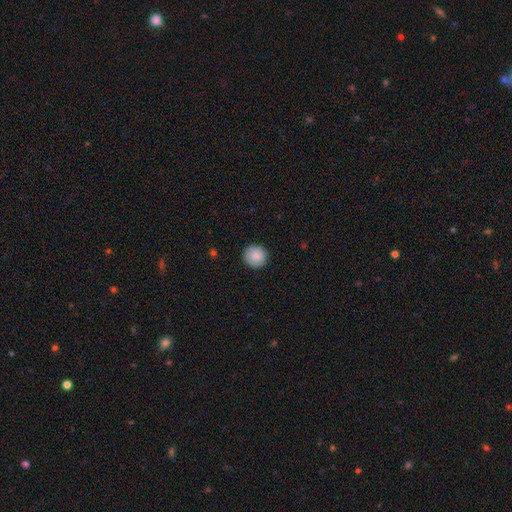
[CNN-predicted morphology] The model was most divided on "smooth or featured": smooth: 88%, star or artifact: 7%, featured or disk: 5%. More confident: how rounded — round (94%); merging — none (90%).